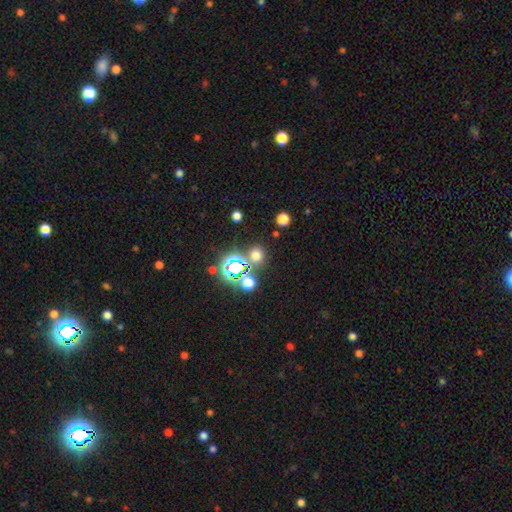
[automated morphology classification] type=smooth (60%); roundness=round (84%); merging=none (78%).